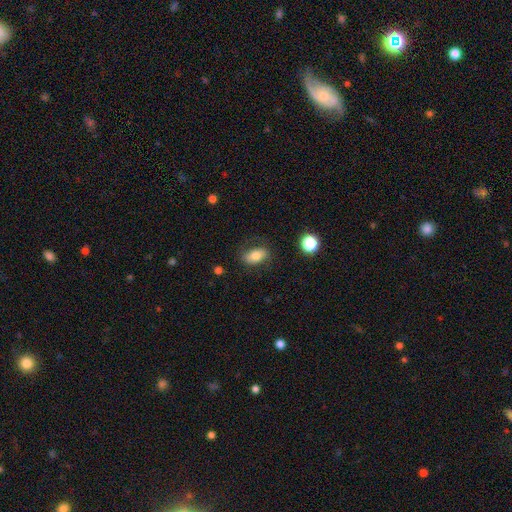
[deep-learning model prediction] Overall: smooth (77%). How rounded: in between (87%). Merging: none (77%).